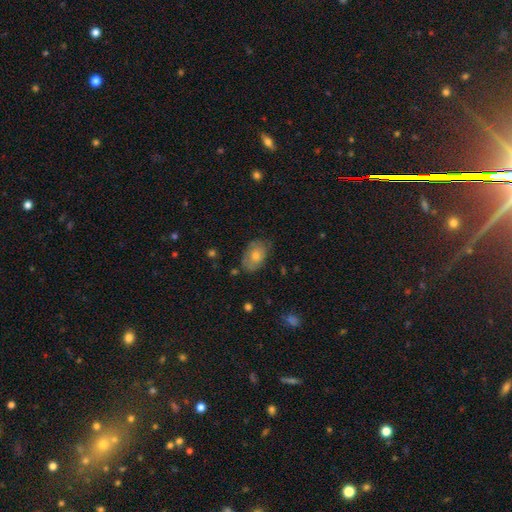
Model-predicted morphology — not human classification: type=smooth (53%); roundness=in between (82%); merging=none (73%).